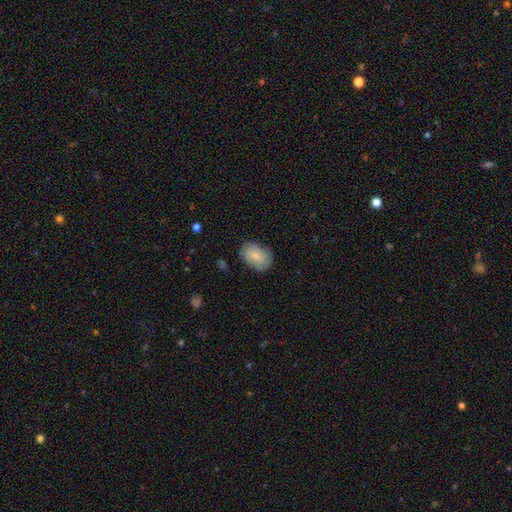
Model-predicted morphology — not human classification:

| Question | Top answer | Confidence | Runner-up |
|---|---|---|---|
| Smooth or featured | smooth | 69% | featured or disk (24%) |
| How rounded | in between | 82% | round (17%) |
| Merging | none | 77% | minor disturbance (18%) |